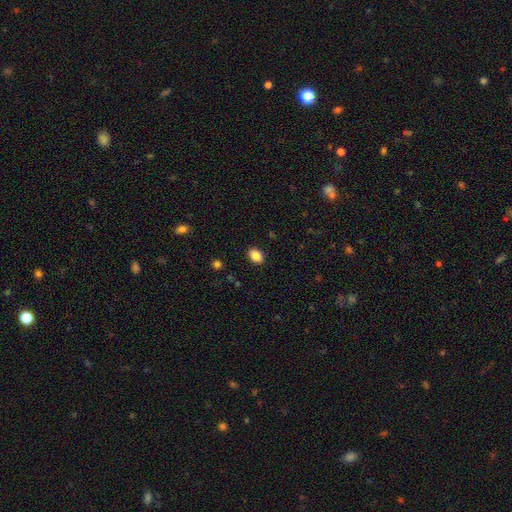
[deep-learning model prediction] A smooth galaxy with no disk features (87%) that is in between round and cigar-shaped (73%). Merging: none (89%).